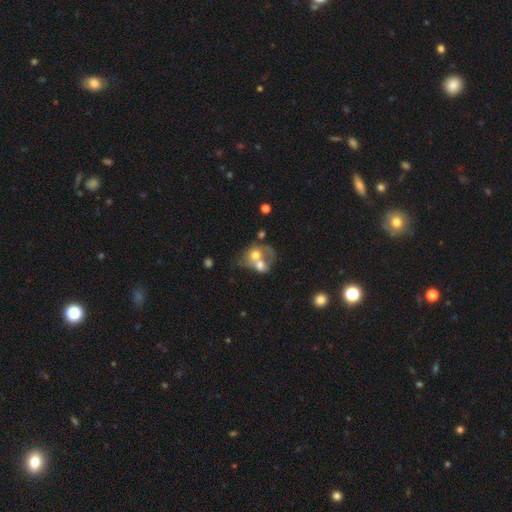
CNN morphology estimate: type=smooth (52%); roundness=round (55%); merging=merger (76%).